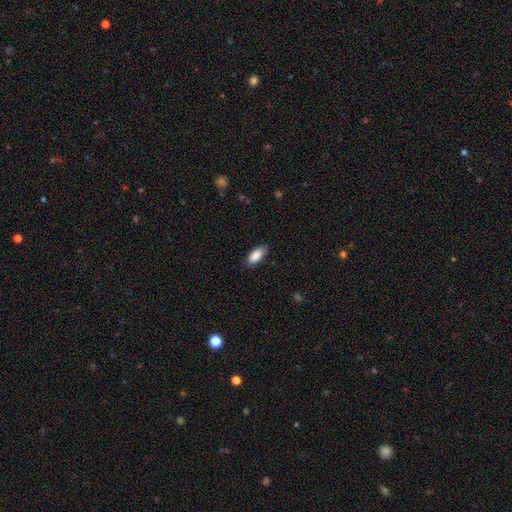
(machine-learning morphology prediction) This is clearly a smooth galaxy (89%). How rounded: clearly in between (89%). Merging: clearly none (84%).